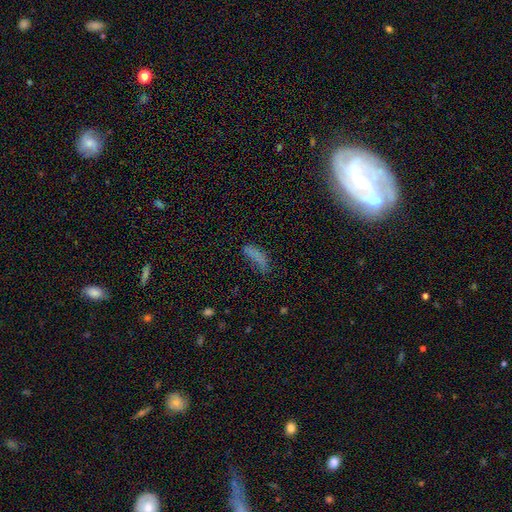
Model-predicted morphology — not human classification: smooth 65%, star or artifact 19%, featured or disk 15%. Down the decision tree: how rounded — in between (53%); merging — none (48%).